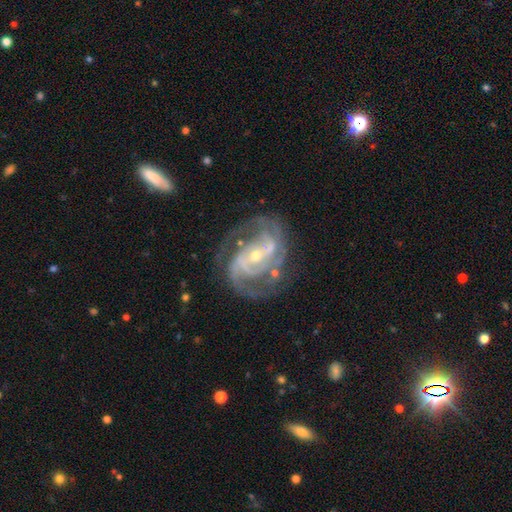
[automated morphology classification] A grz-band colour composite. It shows a featured or disk galaxy (91%) with a weak bar (38%), 2 (54%) medium (47%) spiral arms (98%) and a small central bulge (63%). Merging: none (69%).